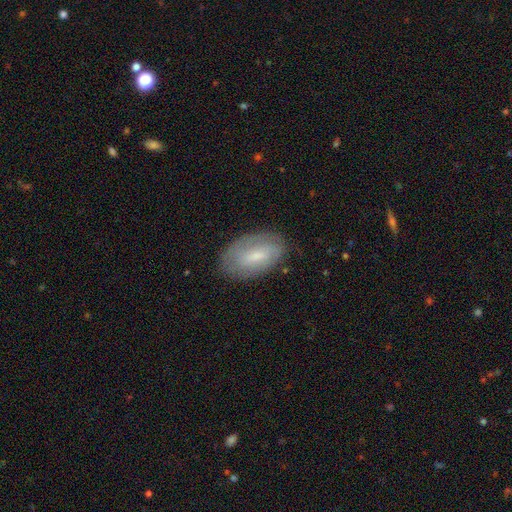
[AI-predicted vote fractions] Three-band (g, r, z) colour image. It shows a smooth galaxy with no disk features (54%) that is in between round and cigar-shaped (92%). Merging: none (78%).